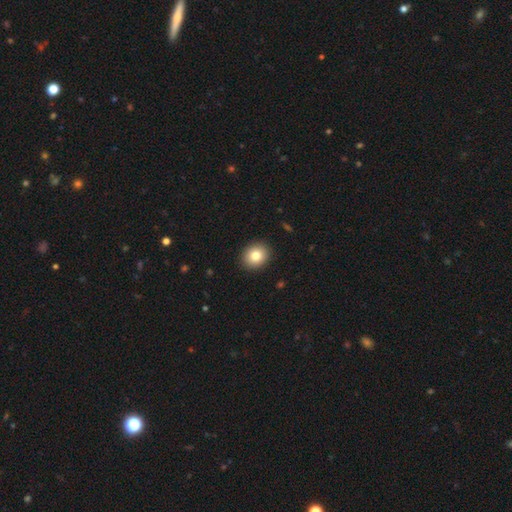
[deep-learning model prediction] Overall: smooth (82%). How rounded: round (65%; in between 34%). Merging: none (91%).